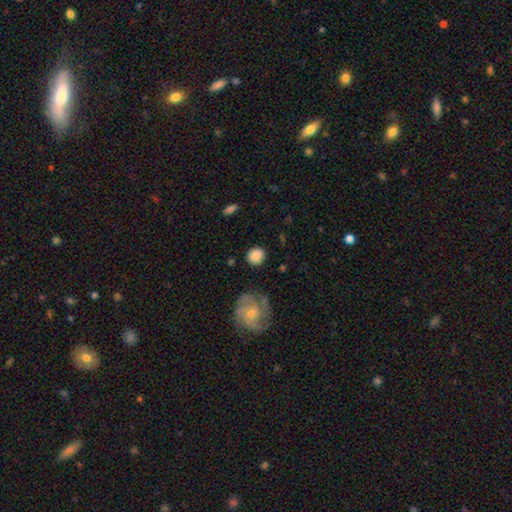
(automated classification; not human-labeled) A smooth galaxy with no disk features (83%) that is round (87%). Merging: none (84%).